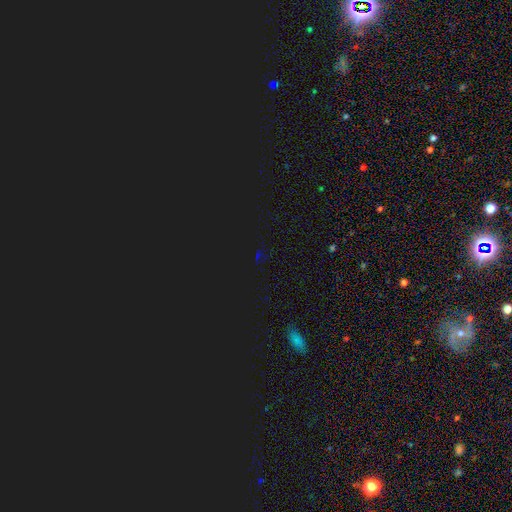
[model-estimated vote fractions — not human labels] Smooth or featured? star or artifact (78%)